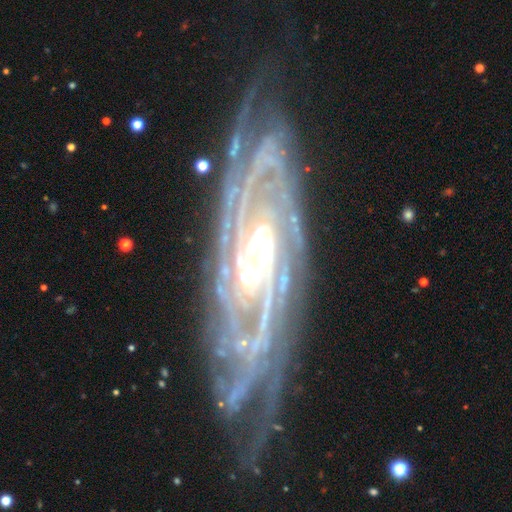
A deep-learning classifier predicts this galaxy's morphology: smooth-or-featured: featured or disk: 91% | star or artifact: 5% | smooth: 4%
  disk-edge-on: no: 88% | yes: 12%
    bar: no: 44% | weak: 30% | strong: 27%
    has-spiral-arms: yes: 98% | no: 2%
      spiral-winding: tight: 74% | medium: 22% | loose: 4%
      spiral-arm-count: 2: 27% | can't tell: 22% | 3: 20% | 4: 12% | more than 4: 11% | 1: 8%
    bulge-size: moderate: 57% | large: 20% | small: 19% | dominant: 2% | none: 2%
  merging: none: 73% | minor disturbance: 18% | major disturbance: 7% | merger: 2%